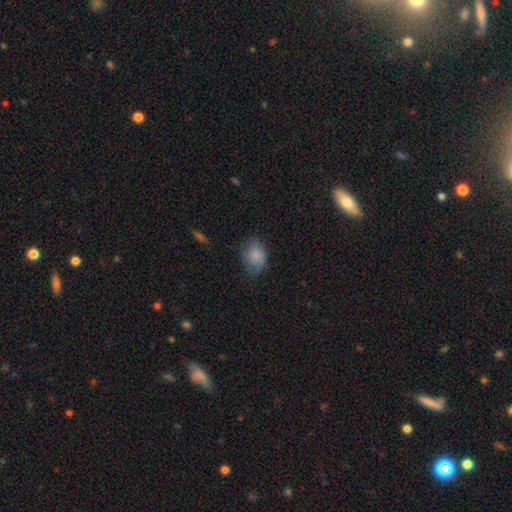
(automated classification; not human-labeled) A smooth galaxy with no disk features (82%) that is in between round and cigar-shaped (69%).

Vote fractions:
- Smooth or featured? smooth: 82% / featured or disk: 10% / star or artifact: 8%
- How rounded? in between: 69% / round: 30% / cigar-shaped: 1%
- Merging? none: 56% / minor disturbance: 33% / major disturbance: 9% / merger: 1%